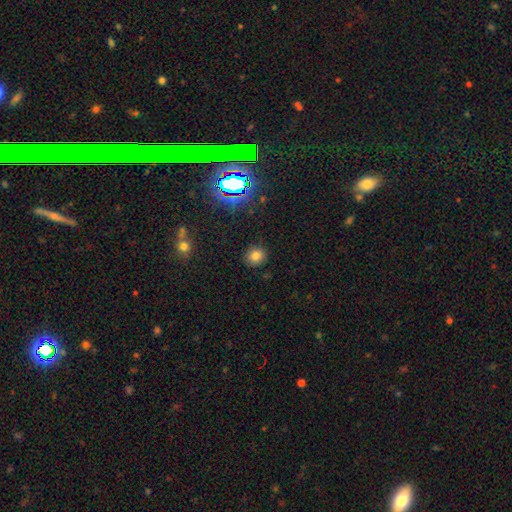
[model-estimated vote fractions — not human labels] Smooth or featured: smooth — 76% (star or artifact — 17%)
How rounded: round — 78% (in between — 21%)
Merging: none — 87% (minor disturbance — 8%)